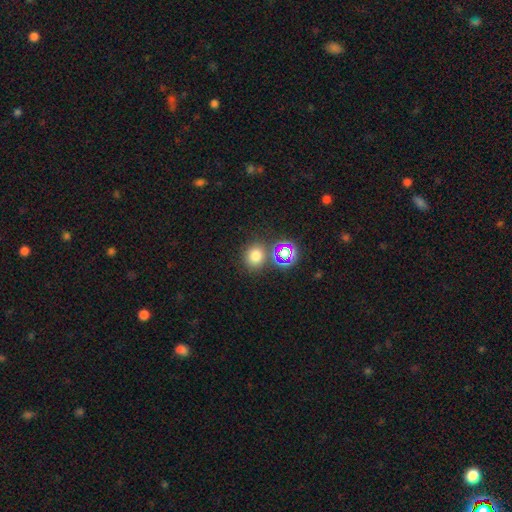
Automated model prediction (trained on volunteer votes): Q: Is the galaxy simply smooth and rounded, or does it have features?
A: smooth — 69%.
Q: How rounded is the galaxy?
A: round — 75%.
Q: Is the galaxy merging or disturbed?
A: none — 73%.